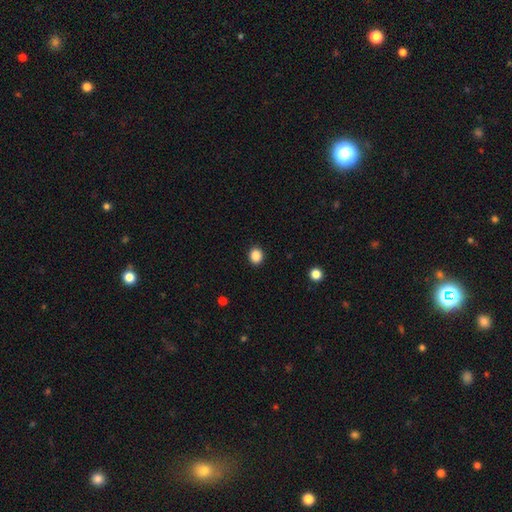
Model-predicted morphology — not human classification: A smooth galaxy with no disk features (88%) that is round (62%).

Vote fractions:
- Smooth or featured? smooth: 88% / star or artifact: 10% / featured or disk: 3%
- How rounded? round: 62% / in between: 37% / cigar-shaped: 1%
- Merging? none: 91% / minor disturbance: 6% / major disturbance: 2% / merger: 1%